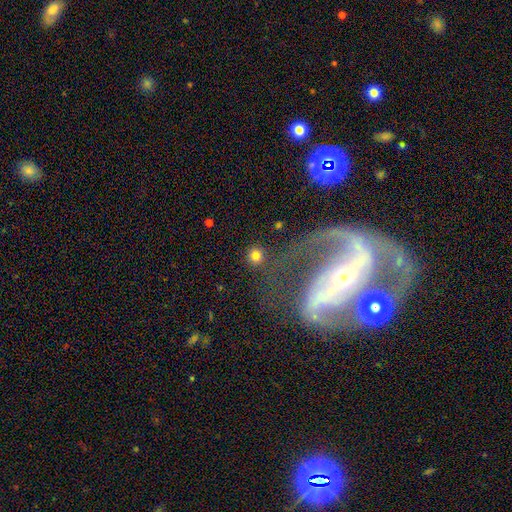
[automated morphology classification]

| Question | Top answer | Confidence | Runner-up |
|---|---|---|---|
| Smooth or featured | smooth | 78% | star or artifact (13%) |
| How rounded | round | 93% | in between (5%) |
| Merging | none | 84% | minor disturbance (7%) |